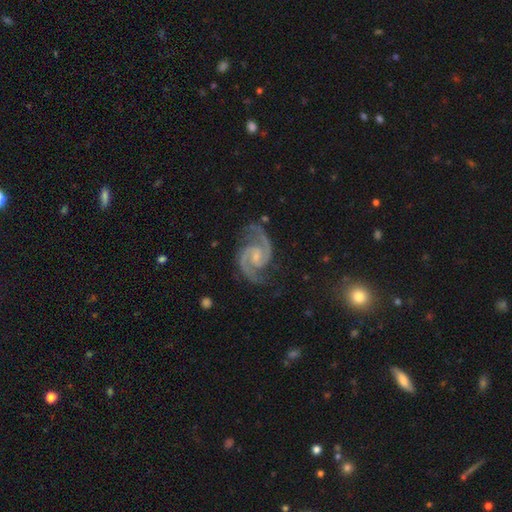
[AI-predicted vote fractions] The model was most divided on "bar": weak: 50%, no: 38%, strong: 12%. More confident: spiral arms — yes (99%); edge-on disk — no (98%); spiral arm count — 2 (94%); smooth or featured — featured or disk (94%); merging — none (78%); spiral winding — medium (66%); bulge size — small (56%).